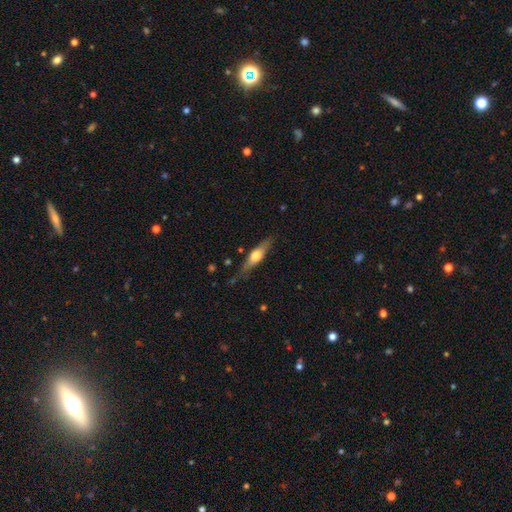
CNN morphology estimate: type=featured or disk (51%); edge-on=yes (91%); merging=none (74%).